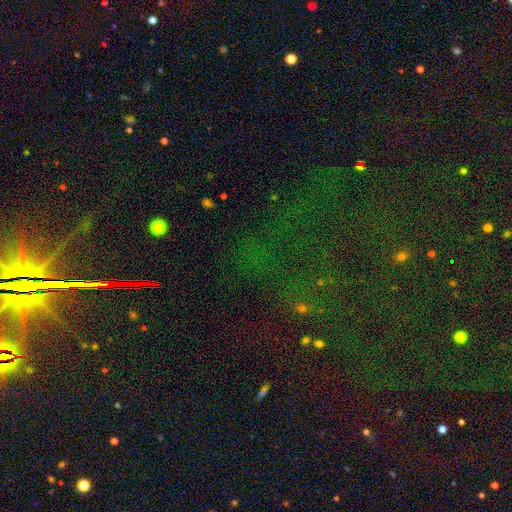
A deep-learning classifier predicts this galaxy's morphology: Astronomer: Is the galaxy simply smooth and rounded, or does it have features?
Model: star or artifact — 80%.